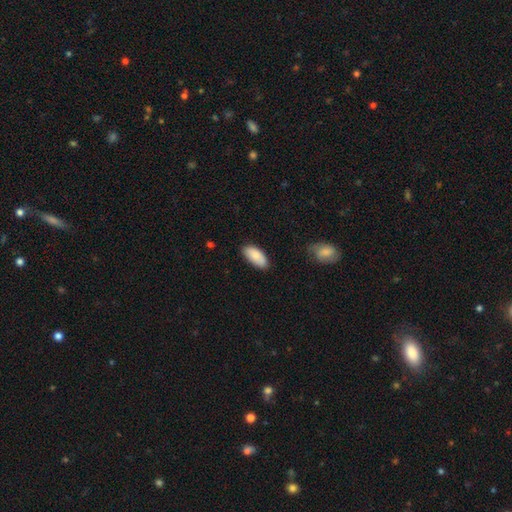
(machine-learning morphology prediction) Overall: smooth (86%). How rounded: in between (91%). Merging: none (79%).